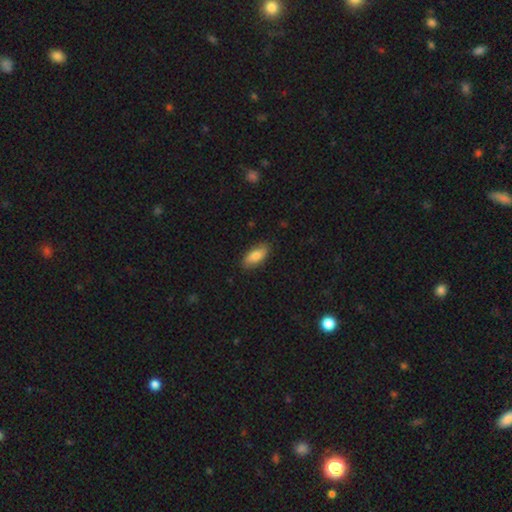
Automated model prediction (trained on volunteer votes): smooth-or-featured: smooth: 79% | featured or disk: 14% | star or artifact: 6%
  how-rounded: in between: 86% | cigar-shaped: 11% | round: 3%
  merging: none: 84% | minor disturbance: 13% | major disturbance: 2% | merger: 1%